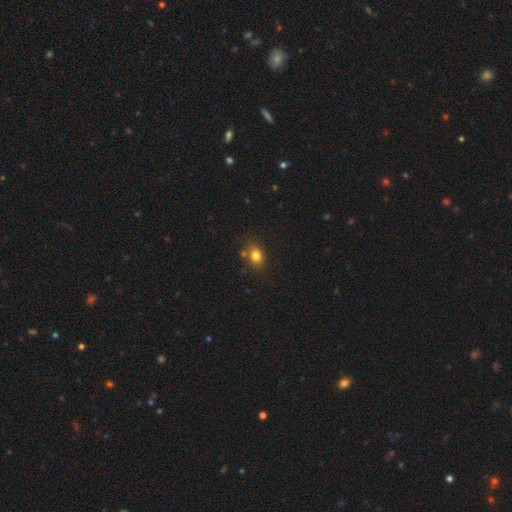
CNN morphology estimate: Smooth or featured?
  - smooth: 80% *
  - star or artifact: 13%
  - featured or disk: 8%
How rounded?
  - round: 56% *
  - in between: 43%
  - cigar-shaped: 1%
Merging?
  - none: 72% *
  - minor disturbance: 14%
  - merger: 10%
  - major disturbance: 4%